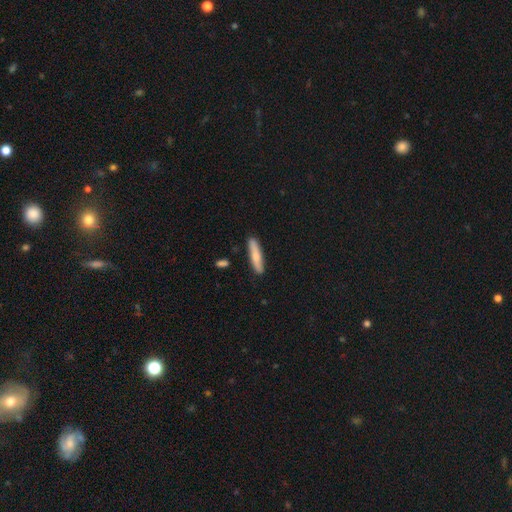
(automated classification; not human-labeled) smooth-or-featured: smooth: 70% | featured or disk: 25% | star or artifact: 5%
  how-rounded: cigar-shaped: 86% | in between: 12% | round: 2%
  merging: none: 87% | minor disturbance: 9% | merger: 2% | major disturbance: 2%